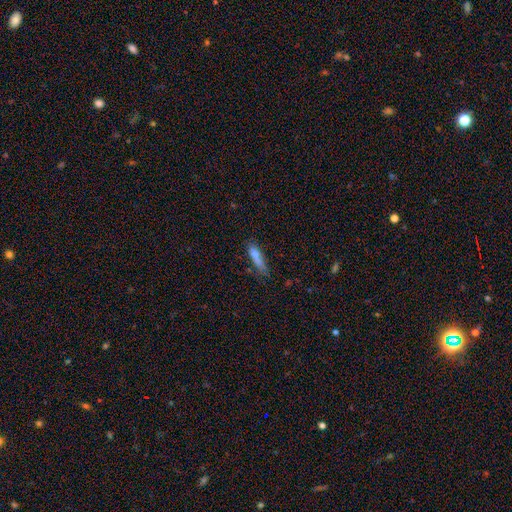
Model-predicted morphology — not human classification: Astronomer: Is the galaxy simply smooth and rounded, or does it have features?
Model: smooth — 71%.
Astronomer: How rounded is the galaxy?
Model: cigar-shaped — 64%.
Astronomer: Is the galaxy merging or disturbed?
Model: none — 46% (runner-up: minor disturbance, 28%).